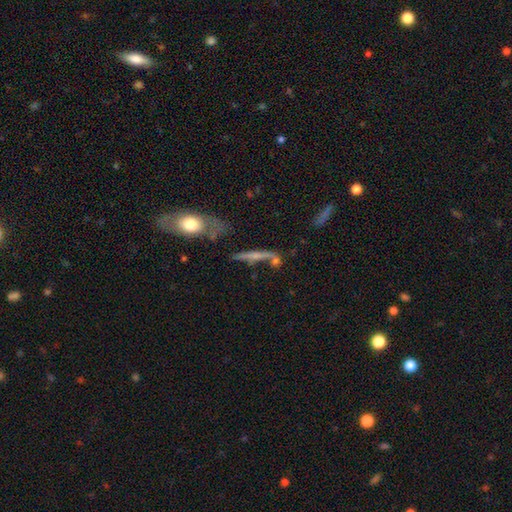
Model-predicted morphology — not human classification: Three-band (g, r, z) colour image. It shows a featured or disk galaxy (54%) viewed edge-on (72%). Merging: none (46%).